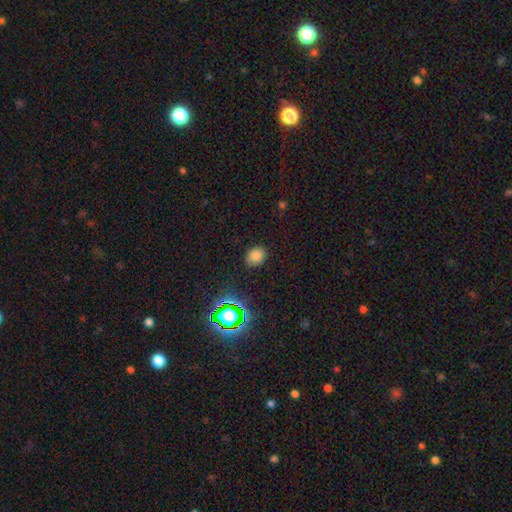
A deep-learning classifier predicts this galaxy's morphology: smooth_or_featured: smooth (p=0.76) [alt: star or artifact p=0.18]
how_rounded: round (p=0.53) [alt: in between p=0.46]
merging: none (p=0.84) [alt: minor disturbance p=0.11]